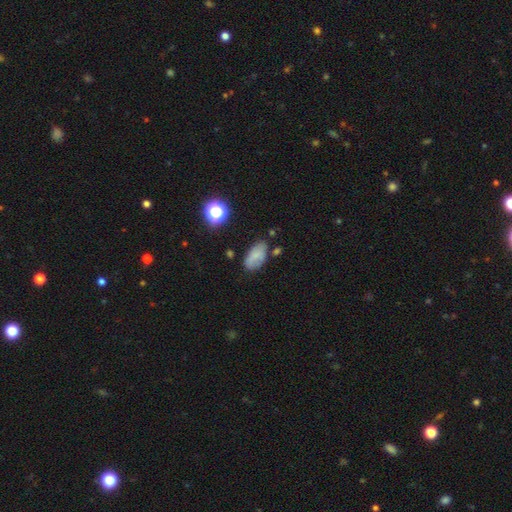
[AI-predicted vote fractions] Smooth or featured: smooth — 72% (featured or disk — 16%)
How rounded: in between — 92% (round — 5%)
Merging: none — 63% (minor disturbance — 25%)